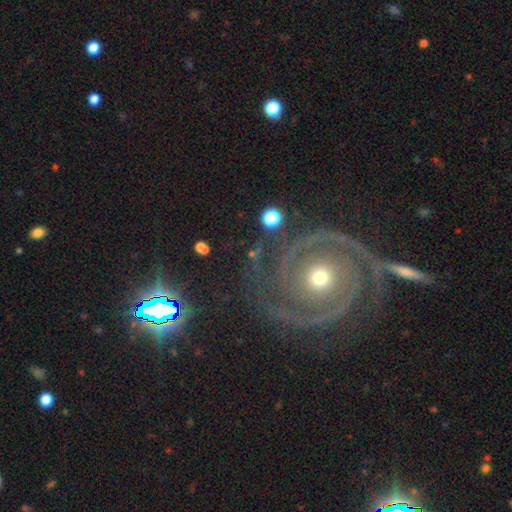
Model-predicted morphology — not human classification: Smooth or featured: featured or disk — 86% (star or artifact — 8%)
Edge-on disk: no — 98% (yes — 2%)
Bar: no — 78% (weak — 14%)
Spiral arms: yes — 97% (no — 3%)
Spiral winding: tight — 75% (medium — 21%)
Spiral arm count: 2 — 74% (3 — 9%)
Bulge size: moderate — 57% (small — 38%)
Merging: none — 77% (minor disturbance — 13%)